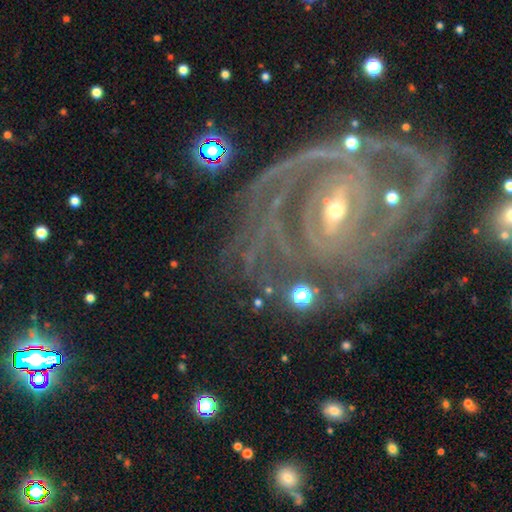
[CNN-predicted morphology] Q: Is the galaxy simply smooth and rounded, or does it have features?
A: featured or disk — 87%.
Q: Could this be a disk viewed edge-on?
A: no — 97%.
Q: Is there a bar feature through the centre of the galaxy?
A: strong — 40%.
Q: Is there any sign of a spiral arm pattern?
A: yes — 97%.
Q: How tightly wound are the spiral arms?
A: tight — 73%.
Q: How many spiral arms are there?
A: can't tell — 24%.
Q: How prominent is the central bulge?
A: small — 69%.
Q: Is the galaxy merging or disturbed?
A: none — 68%.